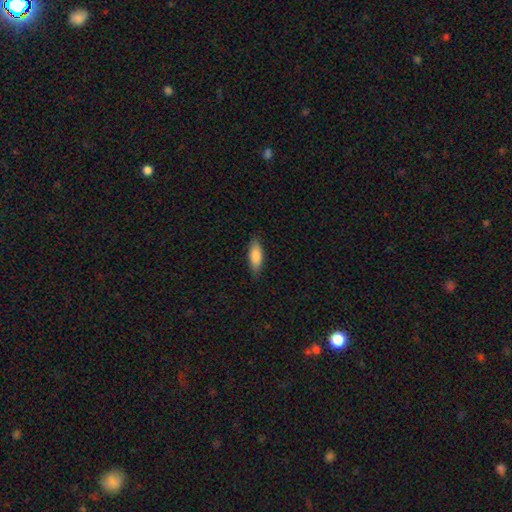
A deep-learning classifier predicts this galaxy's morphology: A smooth galaxy with no disk features (84%) that is in between round and cigar-shaped (67%). Merging: none (86%).